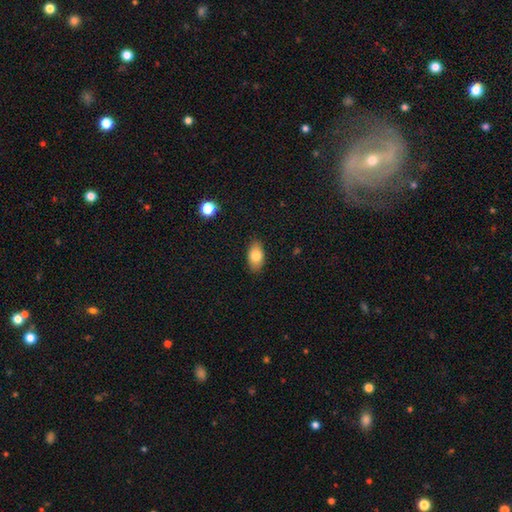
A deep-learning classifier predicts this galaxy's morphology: Smooth or featured? smooth (81%)
How rounded? in between (92%)
Merging? none (87%)